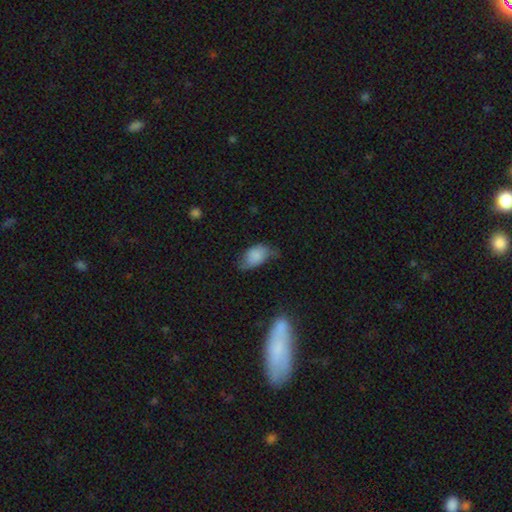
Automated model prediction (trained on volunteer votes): Smooth or featured: smooth — 73% (featured or disk — 19%)
How rounded: in between — 91% (round — 7%)
Merging: none — 41% (minor disturbance — 39%)